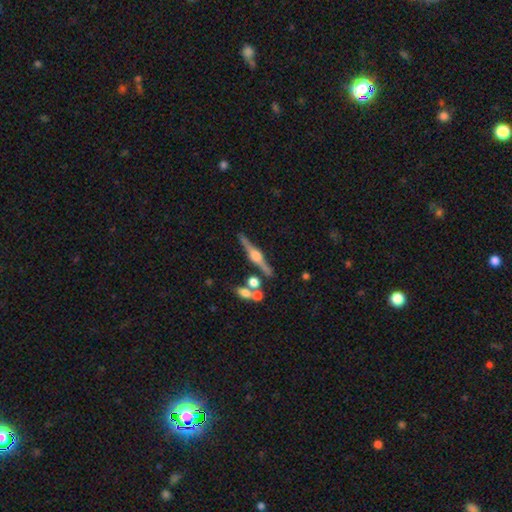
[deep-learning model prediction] Smooth or featured?
  - featured or disk: 83% *
  - smooth: 11%
  - star or artifact: 7%
Edge-on disk?
  - yes: 97% *
  - no: 3%
Edge-on bulge?
  - rounded: 93% *
  - boxy: 5%
  - none: 2%
Merging?
  - none: 81% *
  - minor disturbance: 9%
  - merger: 8%
  - major disturbance: 2%